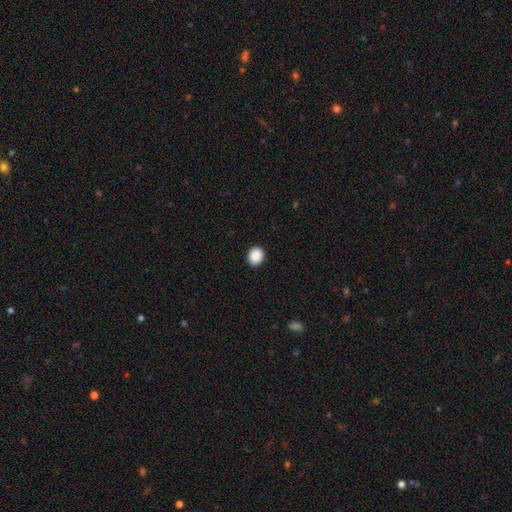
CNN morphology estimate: A smooth galaxy with no disk features (89%) that is round (68%). Merging: none (92%).